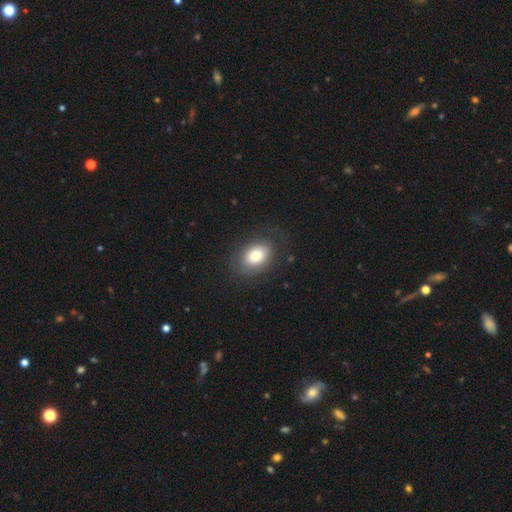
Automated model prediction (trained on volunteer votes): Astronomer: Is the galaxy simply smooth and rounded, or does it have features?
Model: smooth — 74%.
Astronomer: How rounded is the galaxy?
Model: in between — 80%.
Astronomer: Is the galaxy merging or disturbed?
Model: none — 76%.